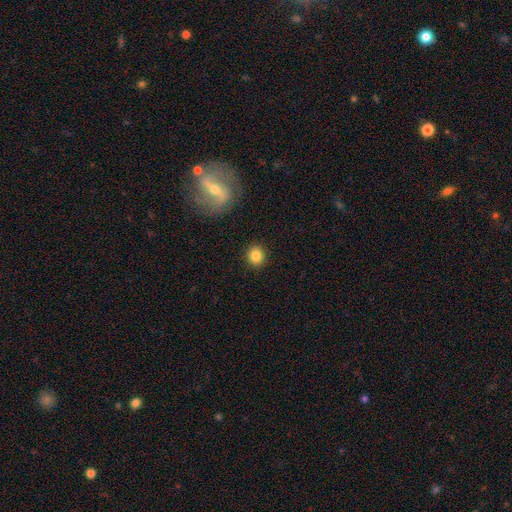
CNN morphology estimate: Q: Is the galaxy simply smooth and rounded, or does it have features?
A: smooth — 84%.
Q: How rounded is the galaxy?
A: round — 85%.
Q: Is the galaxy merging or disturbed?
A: none — 90%.